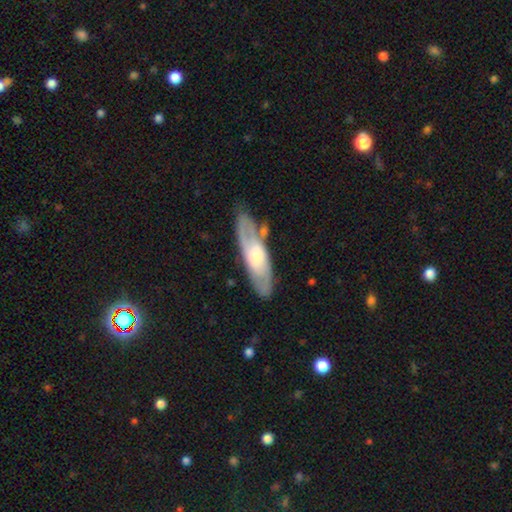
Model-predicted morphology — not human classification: Smooth or featured? Predicted: featured or disk (p=0.59). Edge-on disk? Predicted: no (p=0.69). Merging? Predicted: none (p=0.69).